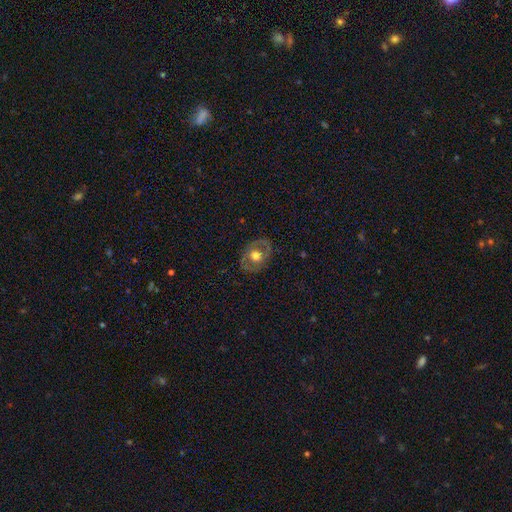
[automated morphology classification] A featured or disk galaxy (54%) with no bar (83%), no spiral arms (76%) and a moderate central bulge (69%).

Vote fractions:
- Smooth or featured? featured or disk: 54% / smooth: 39% / star or artifact: 7%
- Edge-on disk? no: 93% / yes: 7%
- Bar? no: 83% / weak: 13% / strong: 4%
- Spiral arms? no: 76% / yes: 24%
- Bulge size? moderate: 69% / large: 23% / small: 6% / dominant: 1% / none: 1%
- Merging? none: 79% / minor disturbance: 14% / major disturbance: 6% / merger: 1%